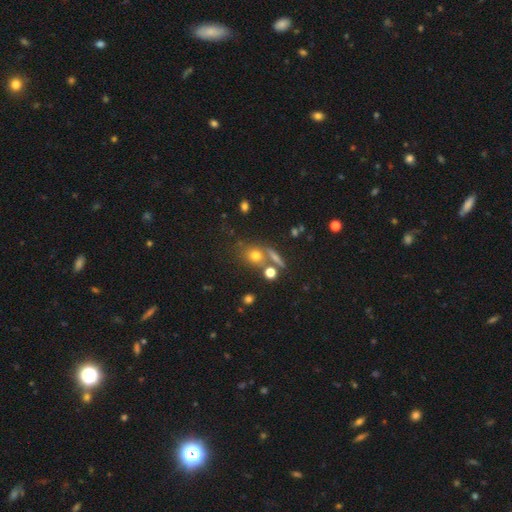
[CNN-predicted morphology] This appears to be a smooth galaxy with no disk features (69%) that is round (71%). Merging: none (59%).